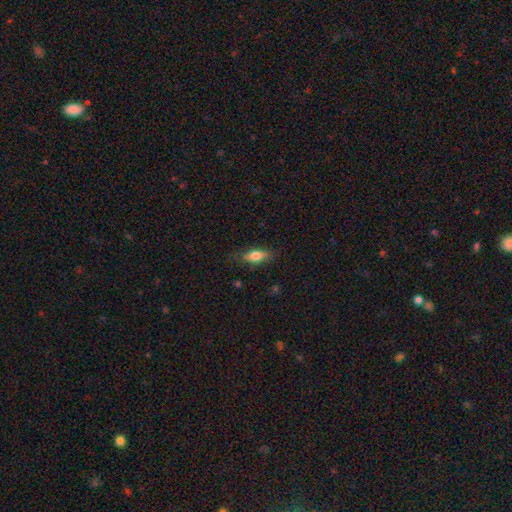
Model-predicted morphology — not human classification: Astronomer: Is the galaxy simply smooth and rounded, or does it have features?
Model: smooth — 73%.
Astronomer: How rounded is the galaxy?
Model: in between — 75%.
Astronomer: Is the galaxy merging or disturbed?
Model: none — 78%.